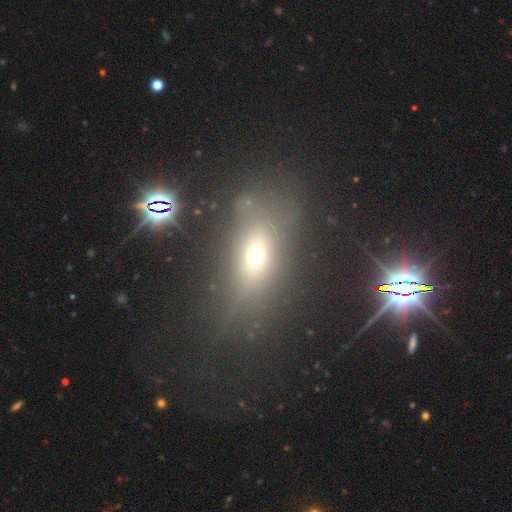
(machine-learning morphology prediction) smooth_or_featured: smooth (p=0.51) [alt: star or artifact p=0.26]
how_rounded: in between (p=0.70) [alt: cigar-shaped p=0.18]
merging: none (p=0.68) [alt: minor disturbance p=0.16]